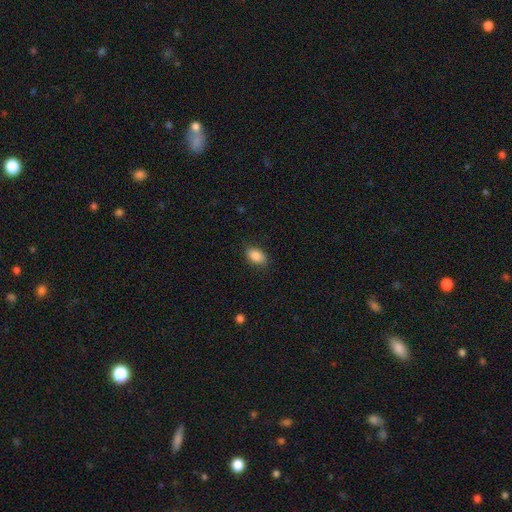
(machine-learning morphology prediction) smooth 87%, star or artifact 8%, featured or disk 5%. Down the decision tree: how rounded — in between (88%); merging — none (85%).